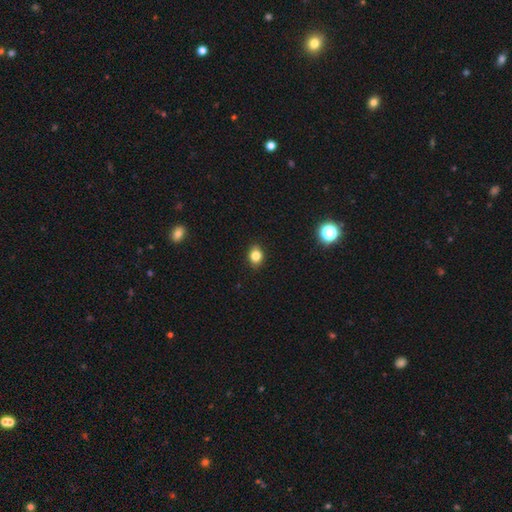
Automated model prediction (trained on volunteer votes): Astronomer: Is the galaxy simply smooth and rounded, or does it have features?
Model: smooth — 82%.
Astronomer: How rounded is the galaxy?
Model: in between — 53% (runner-up: round, 46%).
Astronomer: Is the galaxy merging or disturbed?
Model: none — 88%.